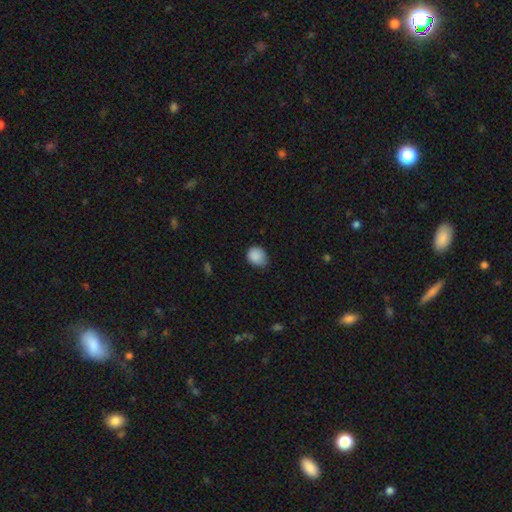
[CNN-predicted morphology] smooth 87%, star or artifact 8%, featured or disk 5%. Down the decision tree: how rounded — round (70%); merging — none (62%).